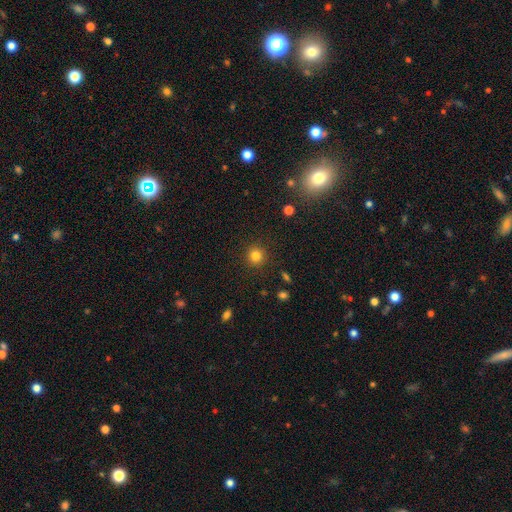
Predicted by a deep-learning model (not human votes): smooth-or-featured: smooth: 82% | star or artifact: 13% | featured or disk: 5%
  how-rounded: round: 93% | in between: 6% | cigar-shaped: 1%
  merging: none: 90% | minor disturbance: 6% | major disturbance: 3% | merger: 1%